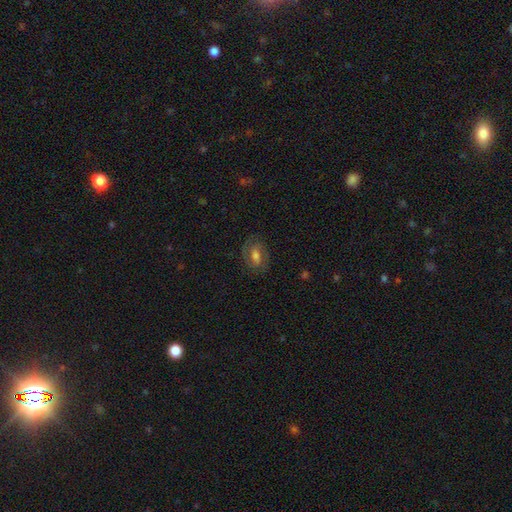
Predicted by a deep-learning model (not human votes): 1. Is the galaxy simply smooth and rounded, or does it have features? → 52% featured or disk, 39% smooth, 10% star or artifact.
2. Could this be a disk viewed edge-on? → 94% no, 6% yes.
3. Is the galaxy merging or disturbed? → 77% none, 15% minor disturbance, 7% major disturbance, 1% merger.